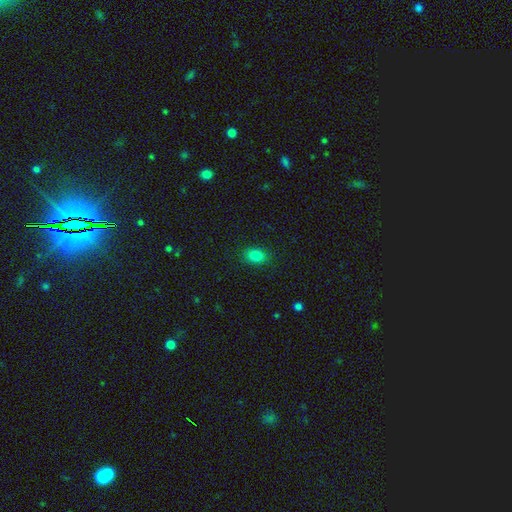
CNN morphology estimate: A smooth galaxy with no disk features (83%) that is in between round and cigar-shaped (72%).

Vote fractions:
- Smooth or featured? smooth: 83% / star or artifact: 11% / featured or disk: 6%
- How rounded? in between: 72% / round: 26% / cigar-shaped: 1%
- Merging? none: 88% / minor disturbance: 9% / major disturbance: 2% / merger: 1%